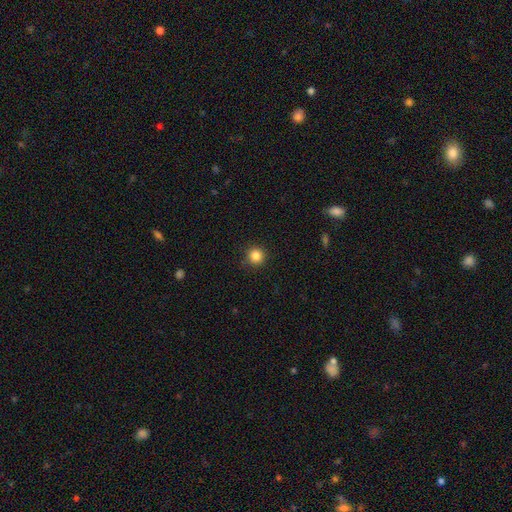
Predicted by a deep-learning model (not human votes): Overall: smooth (85%). How rounded: round (95%). Merging: none (90%).